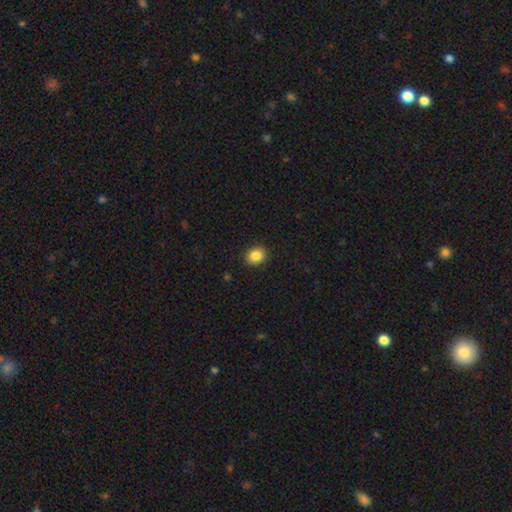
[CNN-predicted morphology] This is clearly a smooth galaxy (86%). How rounded: likely round (69%). Merging: clearly none (90%).